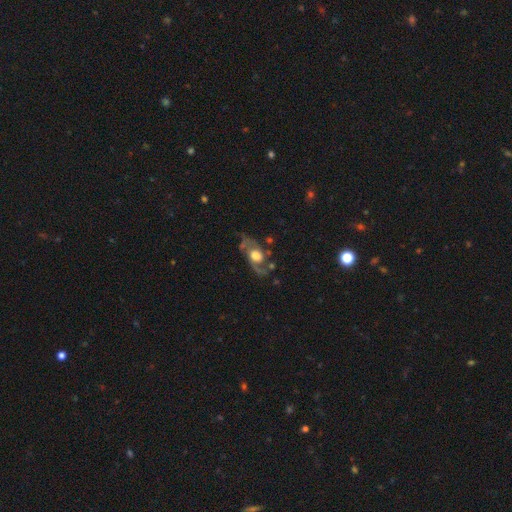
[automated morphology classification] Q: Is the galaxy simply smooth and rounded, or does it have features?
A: featured or disk — 76%.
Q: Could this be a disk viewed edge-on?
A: no — 90%.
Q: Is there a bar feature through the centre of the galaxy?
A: no — 74%.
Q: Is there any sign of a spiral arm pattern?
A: yes — 82%.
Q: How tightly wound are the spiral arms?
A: loose — 48%.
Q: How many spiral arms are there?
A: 2 — 89%.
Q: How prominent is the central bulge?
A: large — 54%.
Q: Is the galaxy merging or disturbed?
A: none — 63%.